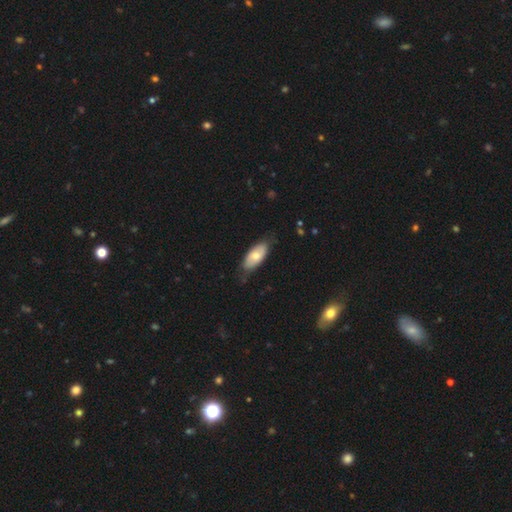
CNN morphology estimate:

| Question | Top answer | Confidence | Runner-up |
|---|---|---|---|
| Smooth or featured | smooth | 70% | featured or disk (25%) |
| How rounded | in between | 88% | cigar-shaped (9%) |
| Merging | none | 73% | minor disturbance (22%) |